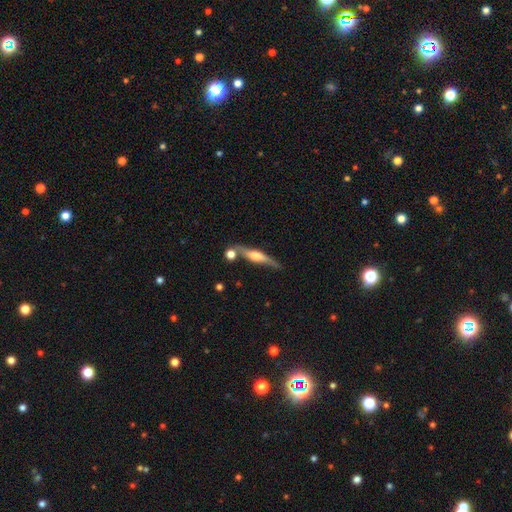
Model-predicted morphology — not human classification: Smooth or featured? Predicted: featured or disk (p=0.64). Edge-on disk? Predicted: yes (p=0.92). Edge-on bulge? Predicted: rounded (p=0.75). Merging? Predicted: none (p=0.67).